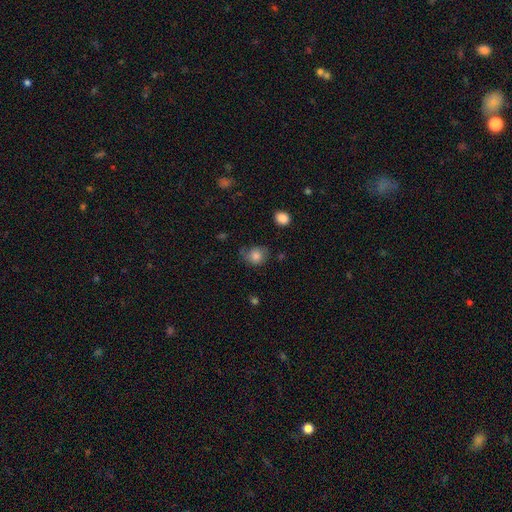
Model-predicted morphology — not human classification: This is likely a smooth galaxy (79%). How rounded: likely round (71%). Merging: possibly none (56%).